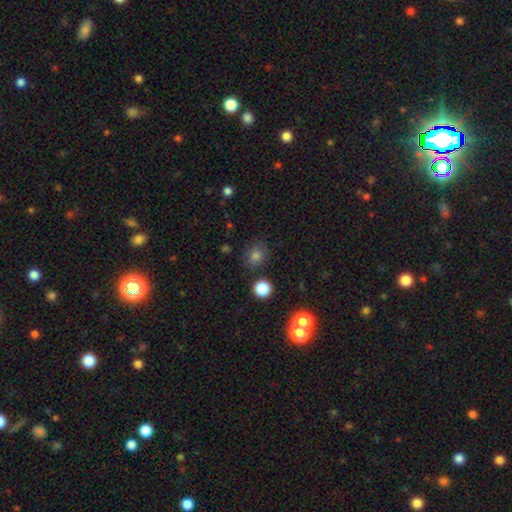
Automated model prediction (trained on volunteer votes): The model was most divided on "how rounded": round: 65%, in between: 34%, cigar-shaped: 1%. More confident: merging — none (81%); smooth or featured — smooth (77%).